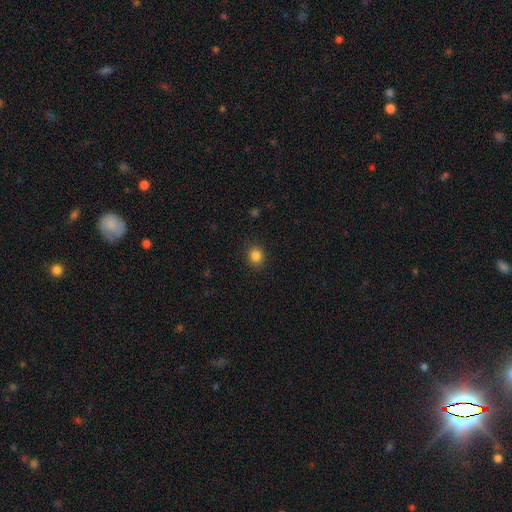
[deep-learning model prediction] Smooth or featured? Predicted: smooth (p=0.85). How rounded? Predicted: round (p=0.72). Merging? Predicted: none (p=0.90).